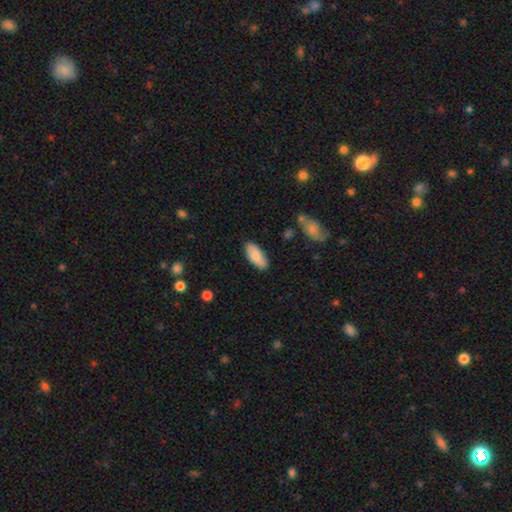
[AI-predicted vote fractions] A smooth galaxy with no disk features (83%) that is in between round and cigar-shaped (87%).

Vote fractions:
- Smooth or featured? smooth: 83% / featured or disk: 12% / star or artifact: 6%
- How rounded? in between: 87% / cigar-shaped: 11% / round: 2%
- Merging? none: 85% / minor disturbance: 11% / major disturbance: 2% / merger: 2%